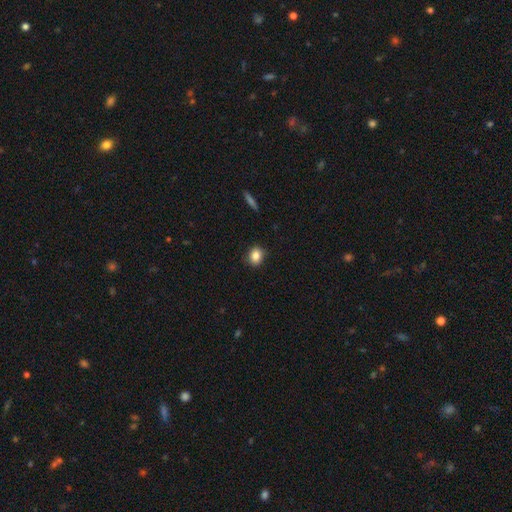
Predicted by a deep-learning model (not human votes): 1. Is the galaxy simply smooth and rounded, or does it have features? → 85% smooth, 10% star or artifact, 6% featured or disk.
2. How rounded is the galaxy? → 55% round, 43% in between, 1% cigar-shaped.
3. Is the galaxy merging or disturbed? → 88% none, 9% minor disturbance, 2% major disturbance, 1% merger.